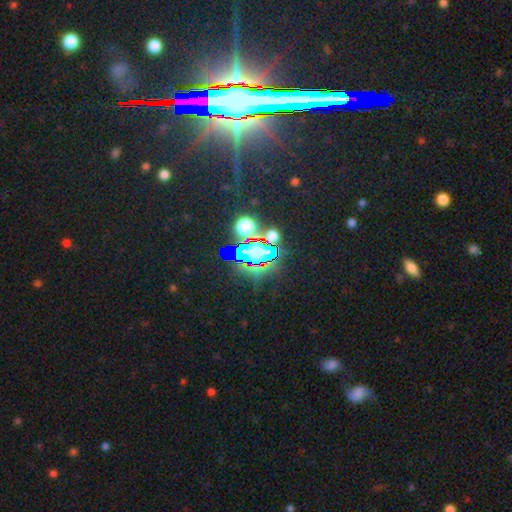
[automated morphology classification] Smooth or featured?
  - star or artifact: 84% *
  - featured or disk: 8%
  - smooth: 8%